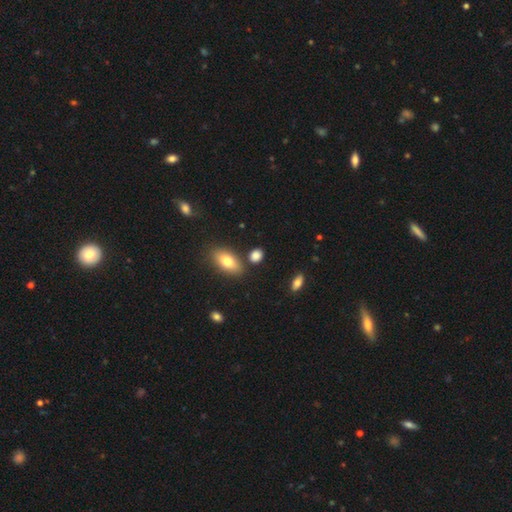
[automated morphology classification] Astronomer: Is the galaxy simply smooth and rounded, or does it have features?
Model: smooth — 82%.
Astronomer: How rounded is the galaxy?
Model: in between — 55% (runner-up: round, 41%).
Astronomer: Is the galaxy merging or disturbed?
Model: none — 77%.